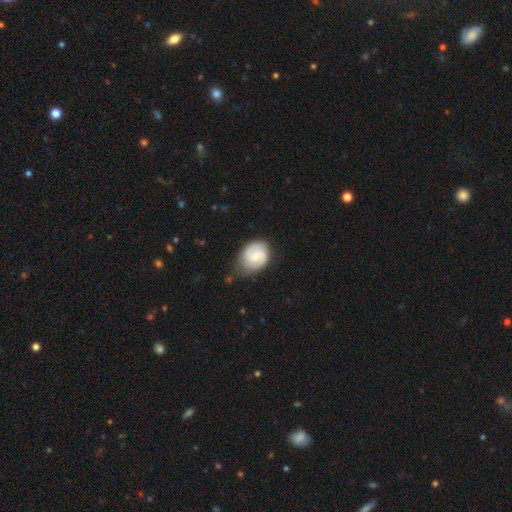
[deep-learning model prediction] Smooth or featured? featured or disk (60%)
Edge-on disk? no (98%)
Bar? weak (47%)
Spiral arms? yes (91%)
Spiral winding? medium (44%)
Spiral arm count? 2 (80%)
Bulge size? moderate (45%)
Merging? none (62%)